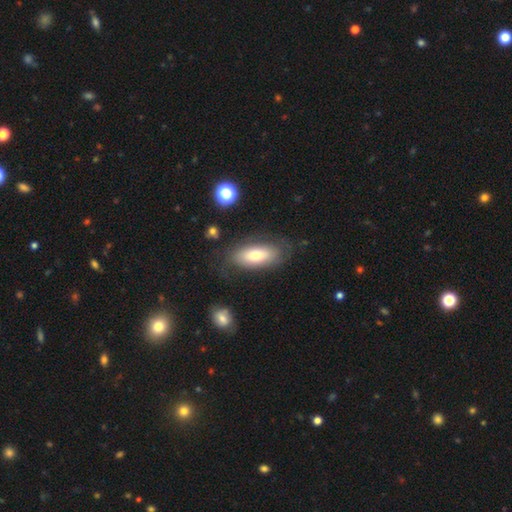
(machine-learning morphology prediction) Smooth or featured: smooth — 68% (featured or disk — 25%)
How rounded: in between — 84% (cigar-shaped — 13%)
Merging: none — 74% (minor disturbance — 16%)